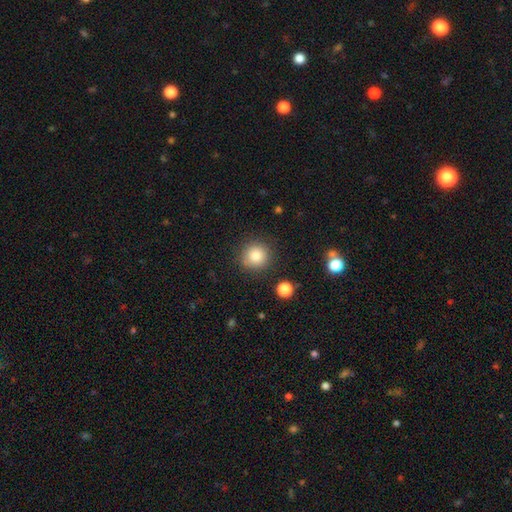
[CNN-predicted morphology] This is clearly a smooth galaxy (82%). How rounded: clearly round (91%). Merging: clearly none (86%).